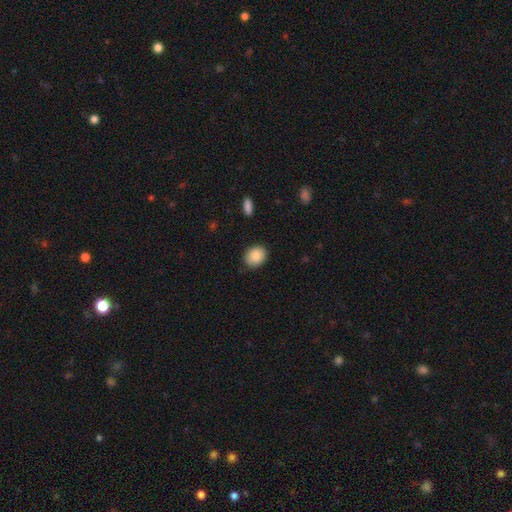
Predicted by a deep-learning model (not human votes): smooth-or-featured: smooth: 87% | star or artifact: 7% | featured or disk: 6%
  how-rounded: round: 57% | in between: 42% | cigar-shaped: 1%
  merging: none: 86% | minor disturbance: 10% | major disturbance: 2% | merger: 1%